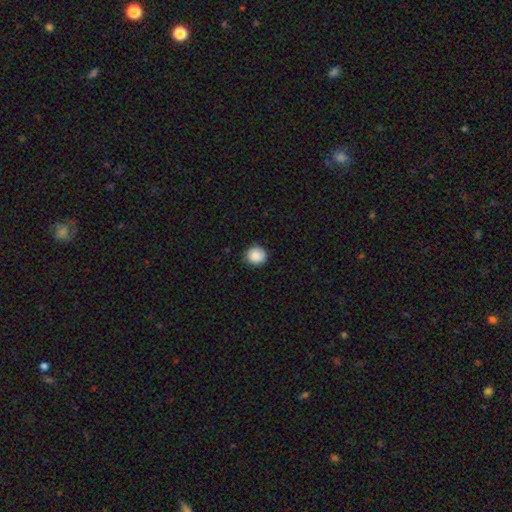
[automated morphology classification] Smooth or featured? smooth (87%)
How rounded? round (90%)
Merging? none (85%)